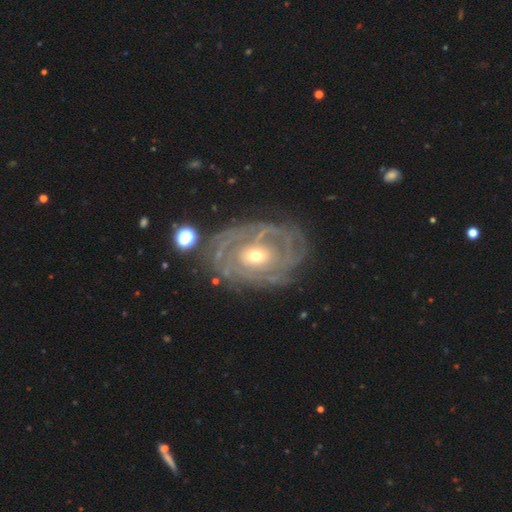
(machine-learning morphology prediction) smooth-or-featured: featured or disk: 86% | smooth: 8% | star or artifact: 6%
  disk-edge-on: no: 96% | yes: 4%
    bar: no: 71% | weak: 21% | strong: 8%
    has-spiral-arms: yes: 91% | no: 9%
      spiral-winding: tight: 77% | medium: 18% | loose: 5%
      spiral-arm-count: can't tell: 39% | 3: 17% | 2: 16% | 4: 13% | more than 4: 10% | 1: 7%
    bulge-size: moderate: 52% | small: 43% | large: 3% | dominant: 1% | none: 1%
  merging: none: 73% | minor disturbance: 17% | major disturbance: 8% | merger: 2%